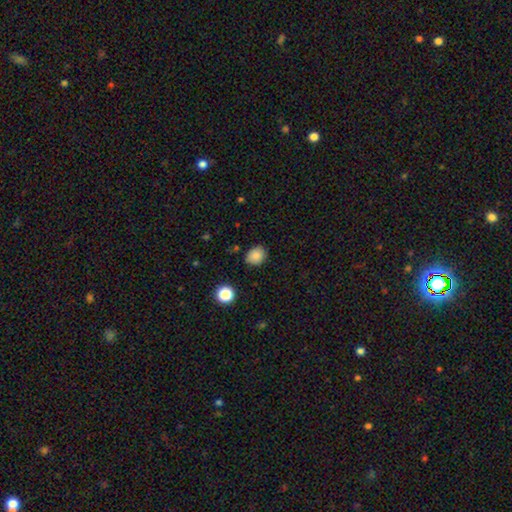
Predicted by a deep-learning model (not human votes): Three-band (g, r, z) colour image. It shows a smooth galaxy with no disk features (85%) that is round (61%). Merging: none (81%).